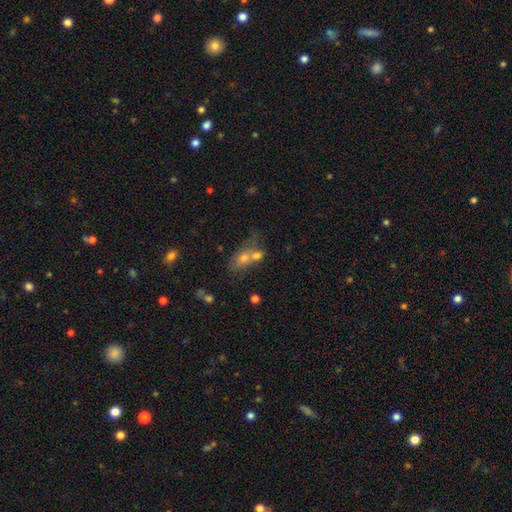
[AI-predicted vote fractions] A smooth galaxy with no disk features (65%) that is in between round and cigar-shaped (67%). Merging: merger (64%).